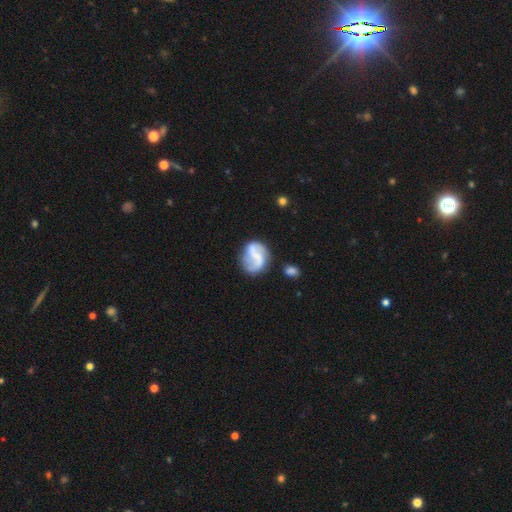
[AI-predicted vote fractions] Smooth or featured: featured or disk — 74% (smooth — 20%)
Edge-on disk: no — 98% (yes — 2%)
Bar: weak — 43% (no — 29%)
Spiral arms: yes — 89% (no — 11%)
Spiral winding: loose — 59% (medium — 31%)
Spiral arm count: 2 — 87% (can't tell — 5%)
Bulge size: none — 41% (small — 40%)
Merging: none — 64% (minor disturbance — 19%)